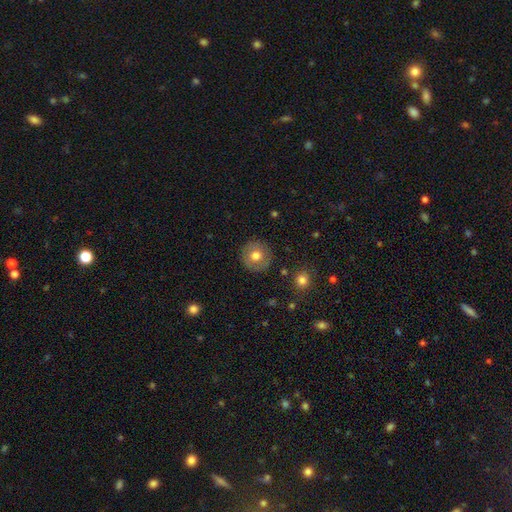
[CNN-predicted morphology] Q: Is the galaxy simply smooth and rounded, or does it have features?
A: smooth — 70%.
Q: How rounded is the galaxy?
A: round — 94%.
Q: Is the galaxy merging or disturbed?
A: none — 87%.